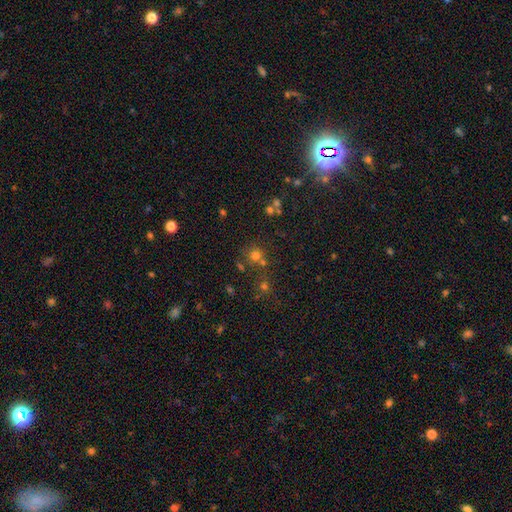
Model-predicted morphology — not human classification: A smooth galaxy with no disk features (50%) that is round (91%). Merging: none (72%).